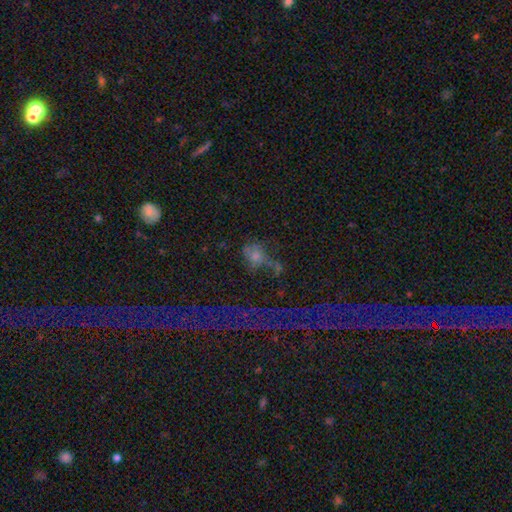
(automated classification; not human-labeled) smooth_or_featured: smooth (p=0.48) [alt: featured or disk p=0.26]
merging: none (p=0.33) [alt: major disturbance p=0.32]